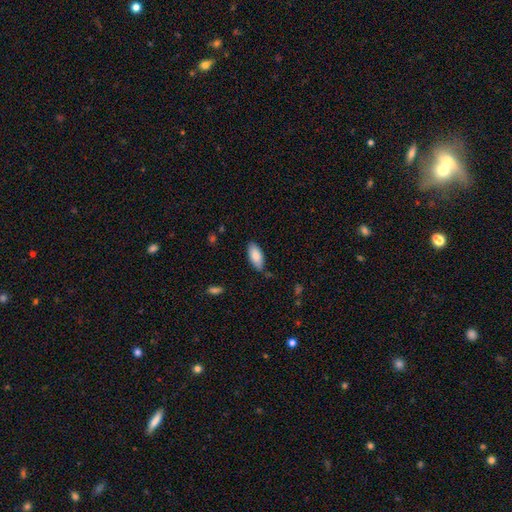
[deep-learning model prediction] A smooth galaxy with no disk features (84%) that is in between round and cigar-shaped (89%). Merging: none (76%).